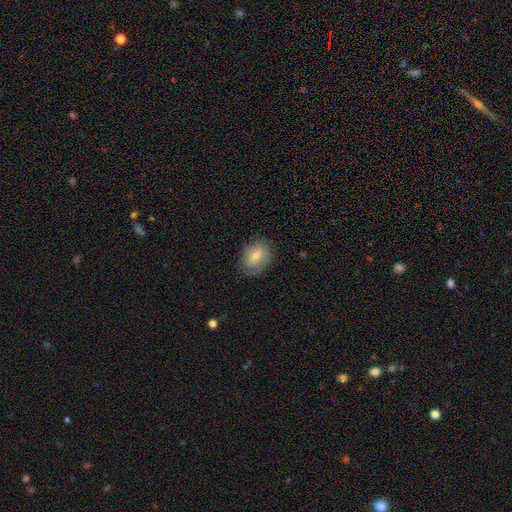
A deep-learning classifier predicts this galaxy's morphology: Smooth or featured? Predicted: featured or disk (p=0.51). Edge-on disk? Predicted: no (p=0.95). Merging? Predicted: none (p=0.71).